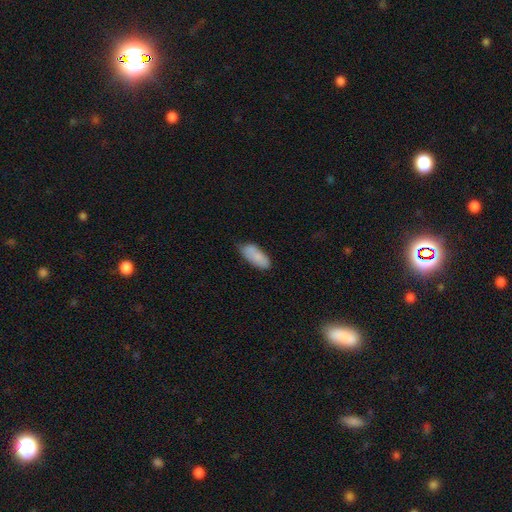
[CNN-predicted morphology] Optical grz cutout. It shows a smooth galaxy with no disk features (82%) that is in between round and cigar-shaped (83%). Merging: none (64%).